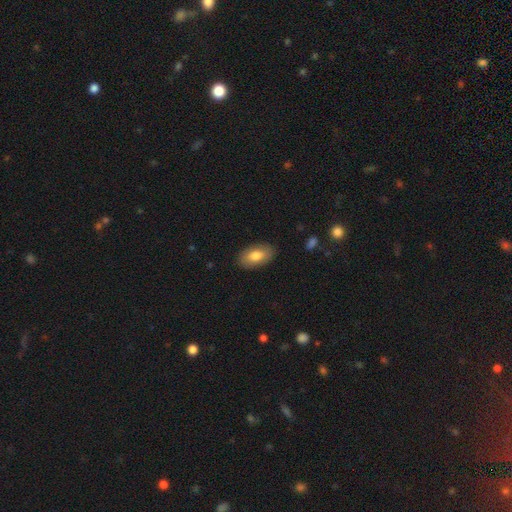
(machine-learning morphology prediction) Smooth or featured?
  - smooth: 78% *
  - featured or disk: 16%
  - star or artifact: 6%
How rounded?
  - in between: 93% *
  - round: 4%
  - cigar-shaped: 2%
Merging?
  - none: 87% *
  - minor disturbance: 10%
  - major disturbance: 2%
  - merger: 1%